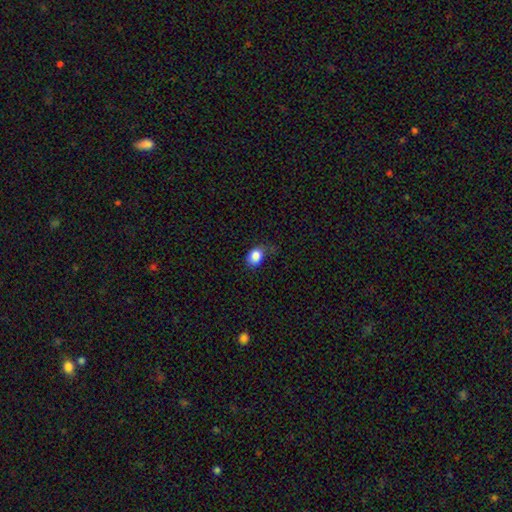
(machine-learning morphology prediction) This is clearly a smooth galaxy (85%). How rounded: possibly in between (56%). Merging: possibly none (56%).